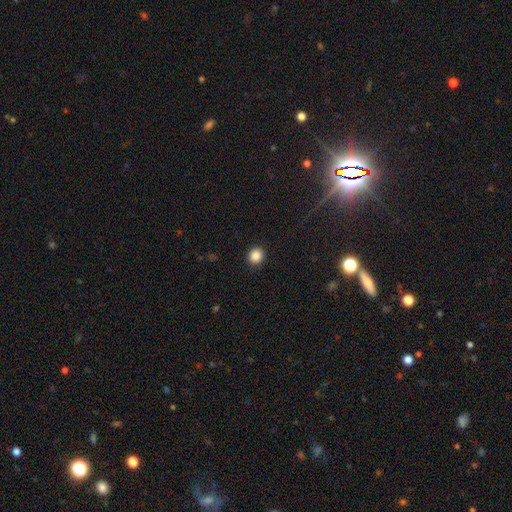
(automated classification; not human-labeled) Smooth or featured? Predicted: smooth (p=0.87). How rounded? Predicted: round (p=0.84). Merging? Predicted: none (p=0.91).